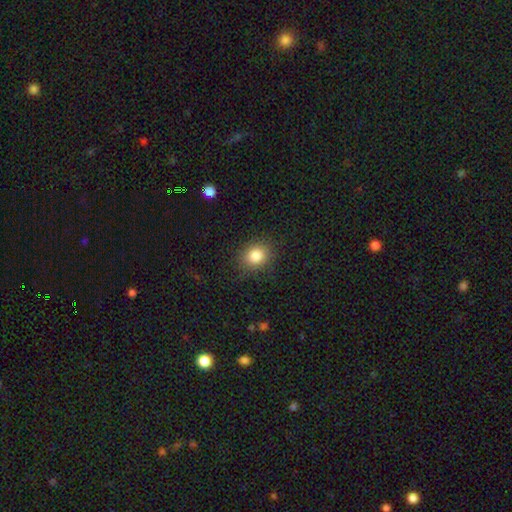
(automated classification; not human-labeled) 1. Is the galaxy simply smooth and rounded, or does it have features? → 84% smooth, 10% star or artifact, 6% featured or disk.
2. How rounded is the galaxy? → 60% round, 39% in between, 1% cigar-shaped.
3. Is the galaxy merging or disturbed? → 85% none, 11% minor disturbance, 3% major disturbance, 1% merger.